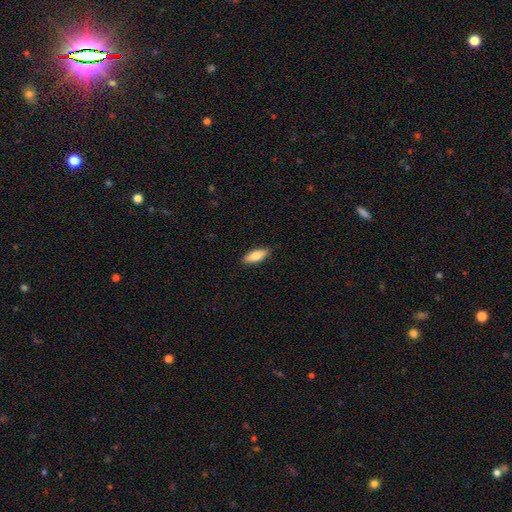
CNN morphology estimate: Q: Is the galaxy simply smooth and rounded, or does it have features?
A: smooth — 82%.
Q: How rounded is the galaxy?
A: in between — 64%.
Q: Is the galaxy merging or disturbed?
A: none — 88%.